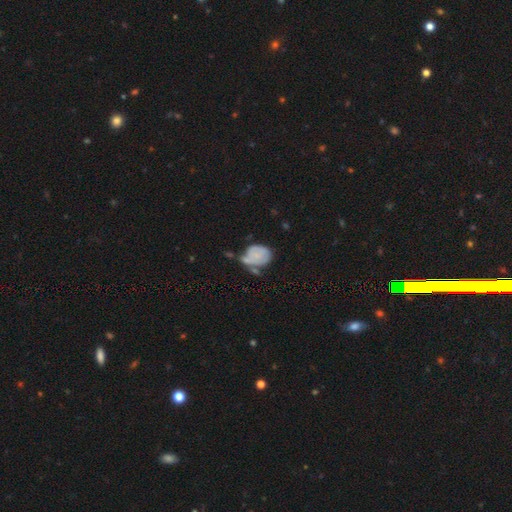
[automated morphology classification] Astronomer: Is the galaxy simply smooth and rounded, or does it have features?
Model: smooth — 57% (runner-up: featured or disk, 34%).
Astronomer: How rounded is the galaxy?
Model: in between — 56% (runner-up: round, 43%).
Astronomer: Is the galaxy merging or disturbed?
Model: none — 30% (runner-up: minor disturbance, 28%).